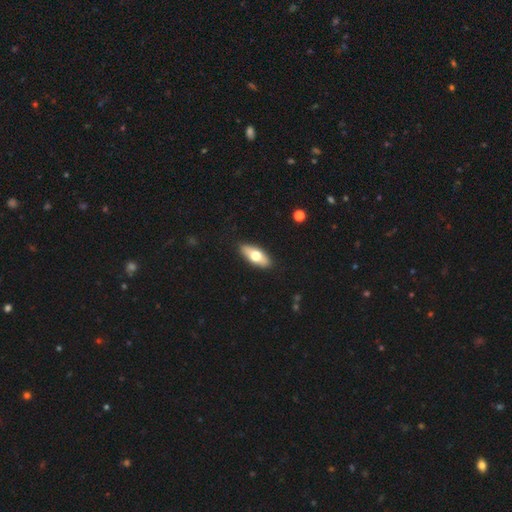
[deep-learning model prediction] This appears to be a smooth galaxy with no disk features (63%) that is in between round and cigar-shaped (78%). Merging: none (89%).